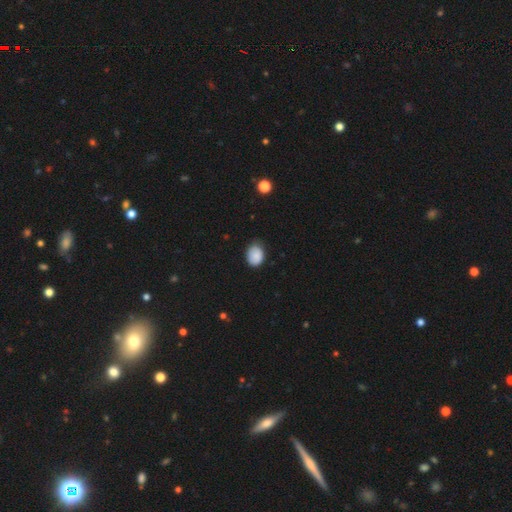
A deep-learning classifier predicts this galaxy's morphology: smooth 87%, star or artifact 8%, featured or disk 5%. Down the decision tree: how rounded — in between (64%); merging — none (70%).